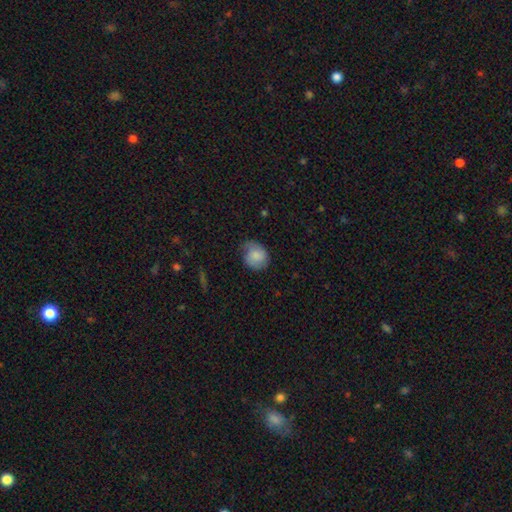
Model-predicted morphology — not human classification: type=smooth (72%); roundness=round (66%); merging=none (56%).